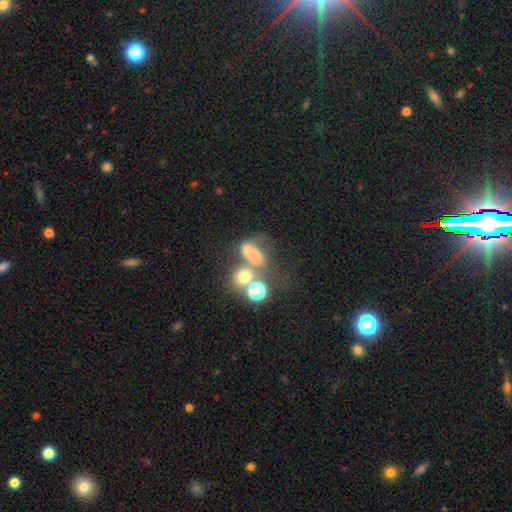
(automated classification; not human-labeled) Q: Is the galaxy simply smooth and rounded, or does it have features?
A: smooth — 51%.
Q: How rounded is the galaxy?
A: in between — 59%.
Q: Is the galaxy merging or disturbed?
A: merger — 41%.